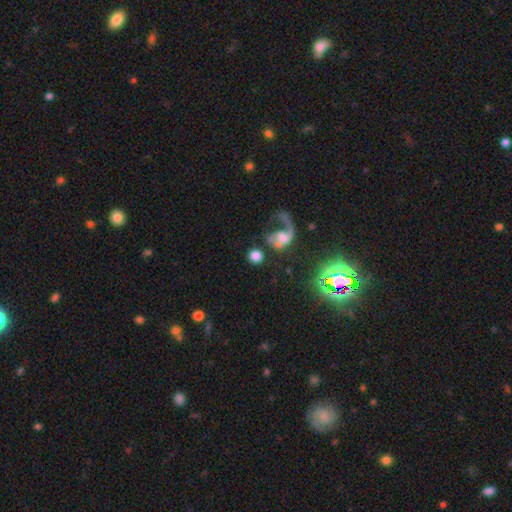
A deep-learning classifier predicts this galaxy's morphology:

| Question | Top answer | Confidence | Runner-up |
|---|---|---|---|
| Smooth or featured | smooth | 65% | featured or disk (23%) |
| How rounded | round | 82% | in between (16%) |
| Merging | none | 49% | merger (21%) |